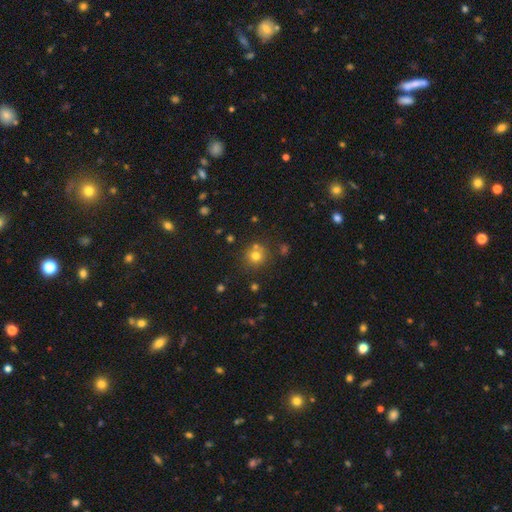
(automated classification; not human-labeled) Smooth or featured?
  - smooth: 72% *
  - star or artifact: 17%
  - featured or disk: 10%
How rounded?
  - round: 90% *
  - in between: 9%
  - cigar-shaped: 1%
Merging?
  - none: 71% *
  - merger: 16%
  - minor disturbance: 10%
  - major disturbance: 4%